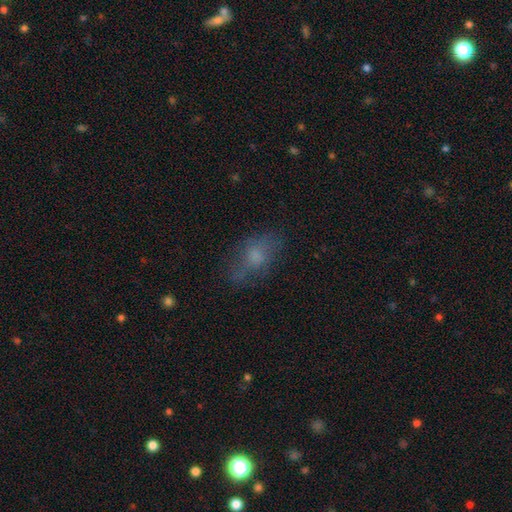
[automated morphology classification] Overall: smooth (60%; featured or disk 27%). How rounded: in between (82%). Merging: none (64%).